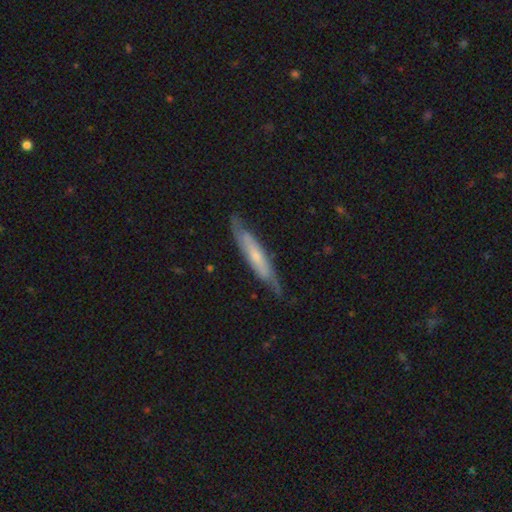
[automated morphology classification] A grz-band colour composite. It shows a featured or disk galaxy (60%) viewed edge-on (64%). Merging: none (75%).